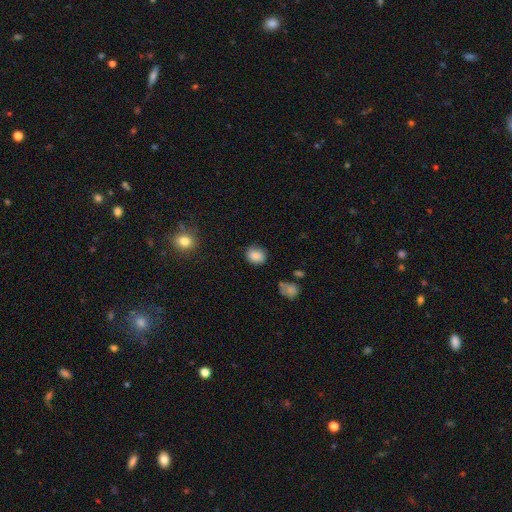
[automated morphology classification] Smooth or featured? smooth (85%)
How rounded? round (59%)
Merging? none (77%)